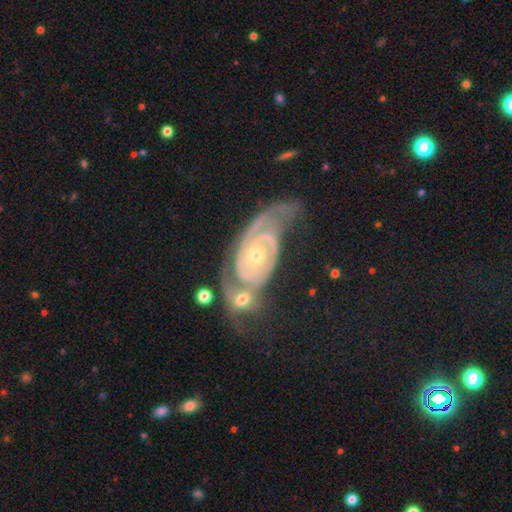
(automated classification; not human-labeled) This appears to be a featured or disk galaxy (86%) with no bar (75%), 2 (64%) tight (68%) spiral arms (95%) and a moderate central bulge (49%). Merging: none (38%).